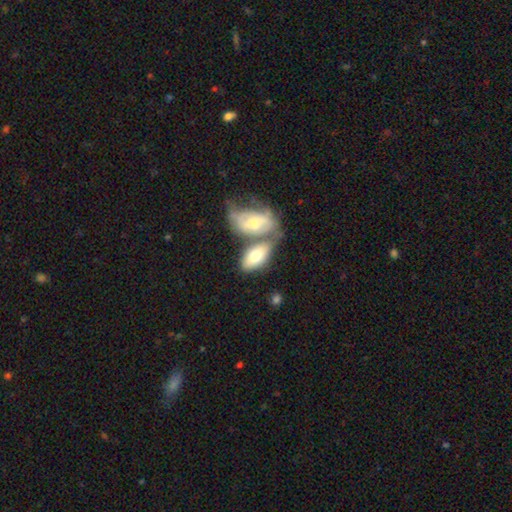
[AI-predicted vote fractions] Morphology: type=smooth (68%); roundness=in between (91%); merging=merger (50%).